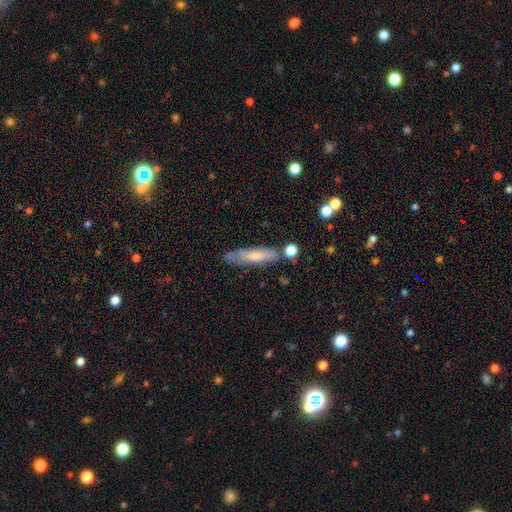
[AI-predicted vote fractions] A smooth galaxy with no disk features (66%) that is cigar-shaped (75%).

Vote fractions:
- Smooth or featured? smooth: 66% / featured or disk: 27% / star or artifact: 7%
- How rounded? cigar-shaped: 75% / in between: 23% / round: 2%
- Merging? none: 64% / minor disturbance: 22% / merger: 8% / major disturbance: 6%